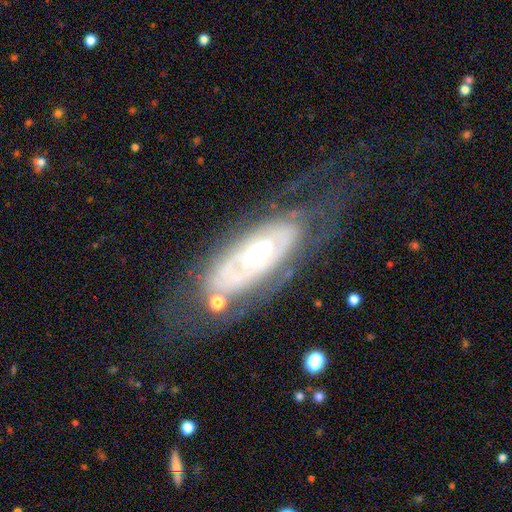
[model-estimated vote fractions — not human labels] The model was most divided on "bulge size": small: 57%, moderate: 32%, large: 5%, none: 4%, dominant: 2%. More confident: edge-on disk — no (87%); spiral arms — yes (81%); smooth or featured — featured or disk (79%); spiral winding — tight (73%); bar — no (64%); spiral arm count — can't tell (58%); merging — none (57%).